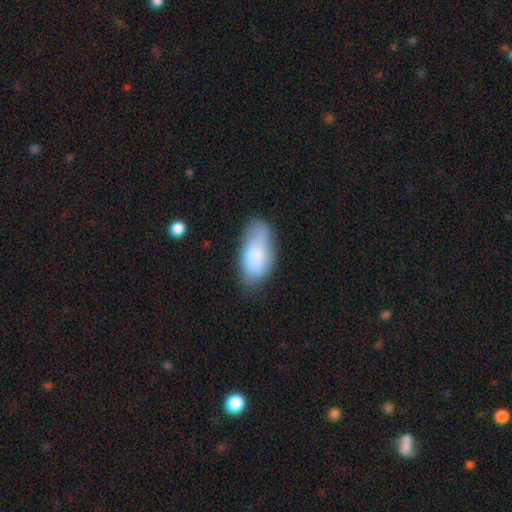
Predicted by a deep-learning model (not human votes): This is likely a smooth galaxy (74%). How rounded: clearly in between (92%). Merging: possibly none (47%).